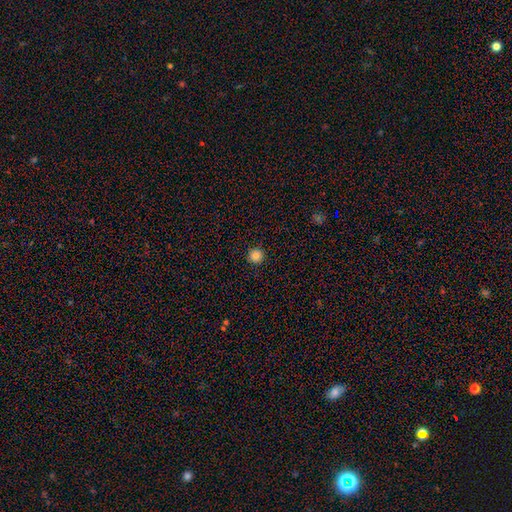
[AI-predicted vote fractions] Q: Smooth or featured?
A: smooth (84%); runner-up: star or artifact (12%)
Q: How rounded?
A: round (96%); runner-up: in between (4%)
Q: Merging?
A: none (93%); runner-up: minor disturbance (4%)